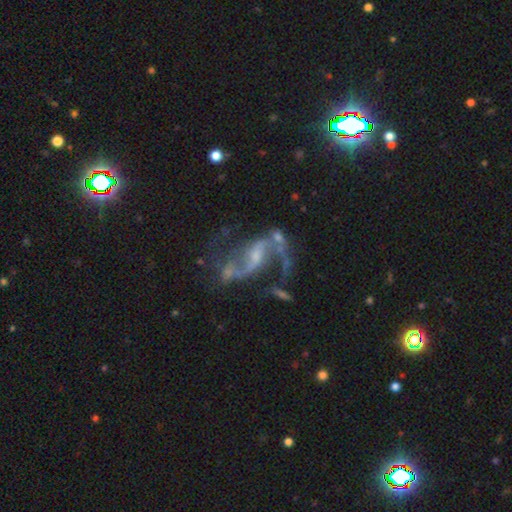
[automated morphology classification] type=featured or disk (87%); edge-on=no (97%); bar=weak (46%); spiral arms=yes (93%); winding=loose (69%); arm count=2 (89%); bulge=small (58%); merging=none (47%).